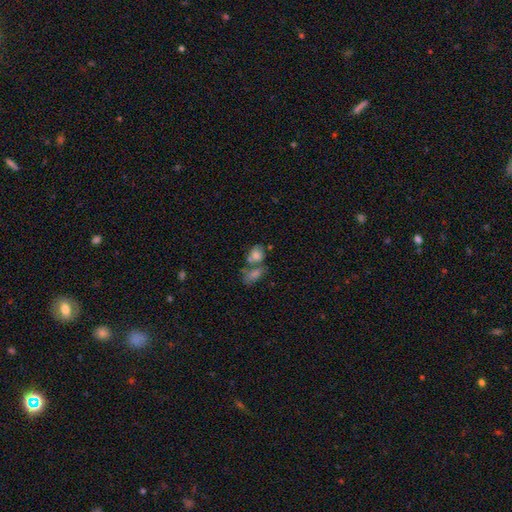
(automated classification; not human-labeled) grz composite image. It shows a smooth galaxy with no disk features (74%) that is in between round and cigar-shaped (60%). Merging: merger (51%).